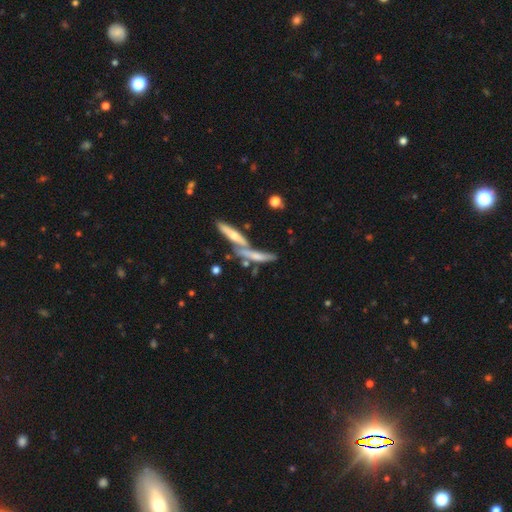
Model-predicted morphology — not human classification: A smooth galaxy with no disk features (48%).

Vote fractions:
- Smooth or featured? smooth: 48% / featured or disk: 42% / star or artifact: 9%
- Merging? merger: 45% / none: 37% / minor disturbance: 12% / major disturbance: 6%